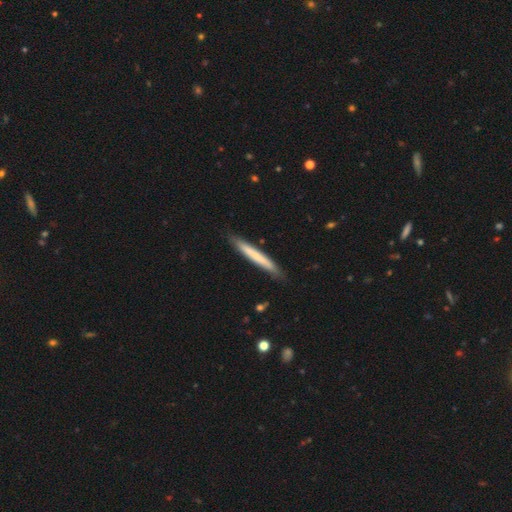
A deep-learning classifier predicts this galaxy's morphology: smooth 67%, featured or disk 28%, star or artifact 5%. Down the decision tree: how rounded — cigar-shaped (96%); merging — none (87%).